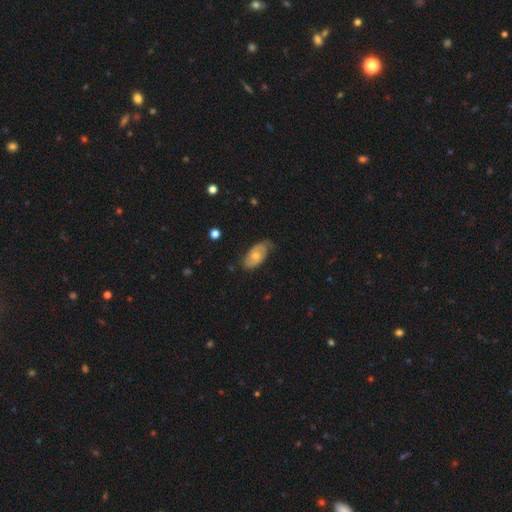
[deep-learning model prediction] Smooth or featured?
  - featured or disk: 51% *
  - smooth: 43%
  - star or artifact: 6%
Edge-on disk?
  - no: 93% *
  - yes: 7%
Merging?
  - none: 67% *
  - minor disturbance: 25%
  - major disturbance: 6%
  - merger: 1%